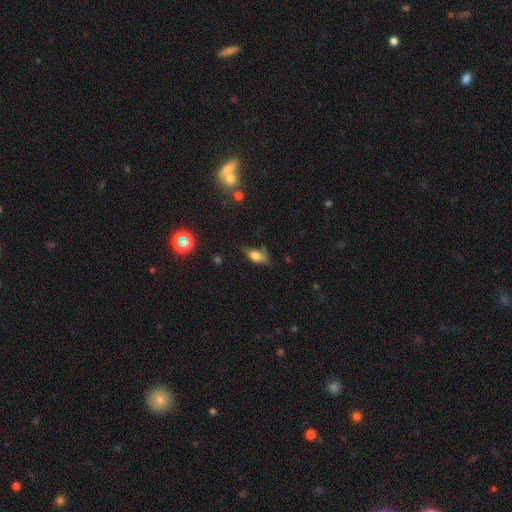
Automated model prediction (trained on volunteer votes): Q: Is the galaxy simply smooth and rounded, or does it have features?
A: smooth — 72%.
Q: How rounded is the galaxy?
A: in between — 84%.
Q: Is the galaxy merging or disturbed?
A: none — 50%.